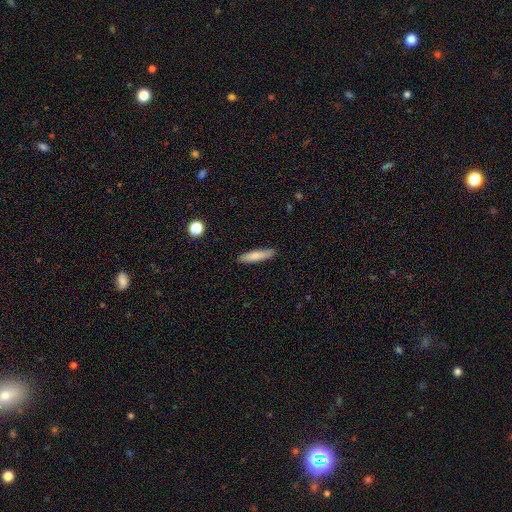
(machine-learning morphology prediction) Overall: smooth (78%). How rounded: cigar-shaped (81%). Merging: none (89%).